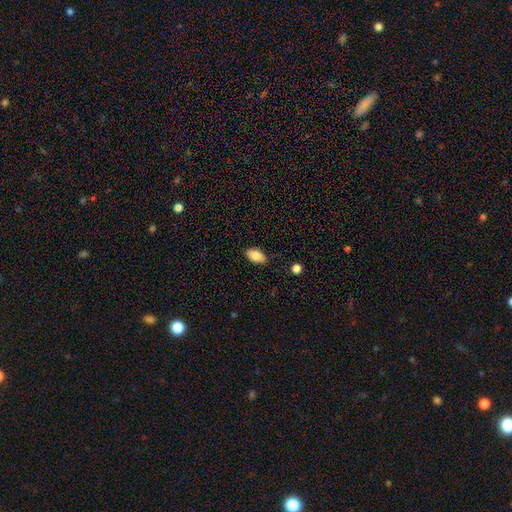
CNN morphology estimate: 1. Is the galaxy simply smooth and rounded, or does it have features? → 86% smooth, 8% star or artifact, 6% featured or disk.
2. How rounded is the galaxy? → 93% in between, 5% round, 2% cigar-shaped.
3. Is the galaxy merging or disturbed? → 85% none, 12% minor disturbance, 2% major disturbance, 1% merger.